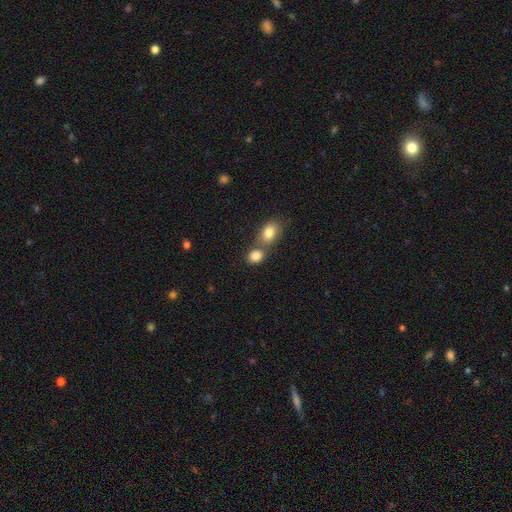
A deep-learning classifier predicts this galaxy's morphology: Q: Smooth or featured?
A: smooth (84%); runner-up: star or artifact (9%)
Q: How rounded?
A: in between (63%); runner-up: round (35%)
Q: Merging?
A: merger (46%); runner-up: none (42%)